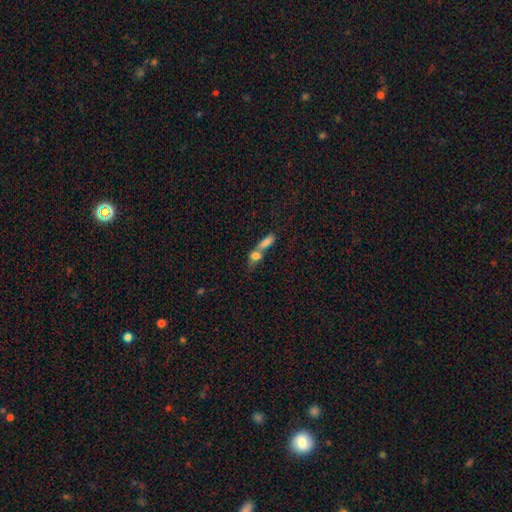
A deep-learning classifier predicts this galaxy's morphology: smooth-or-featured: smooth: 71% | featured or disk: 19% | star or artifact: 10%
  how-rounded: in between: 60% | round: 23% | cigar-shaped: 17%
  merging: merger: 72% | none: 18% | minor disturbance: 6% | major disturbance: 5%